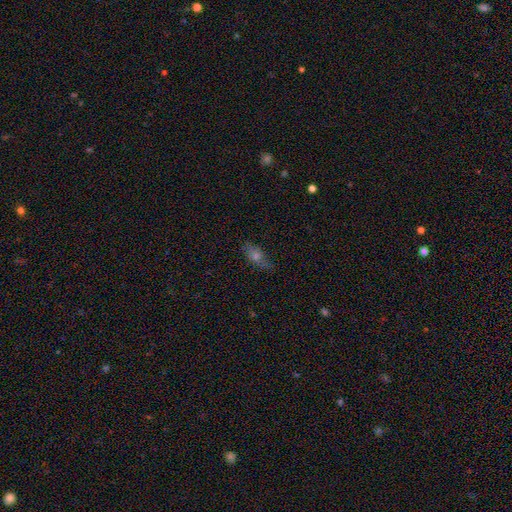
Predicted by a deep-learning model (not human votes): A smooth galaxy with no disk features (47%).

Vote fractions:
- Smooth or featured? smooth: 47% / featured or disk: 37% / star or artifact: 16%
- Merging? none: 73% / minor disturbance: 20% / major disturbance: 6% / merger: 2%